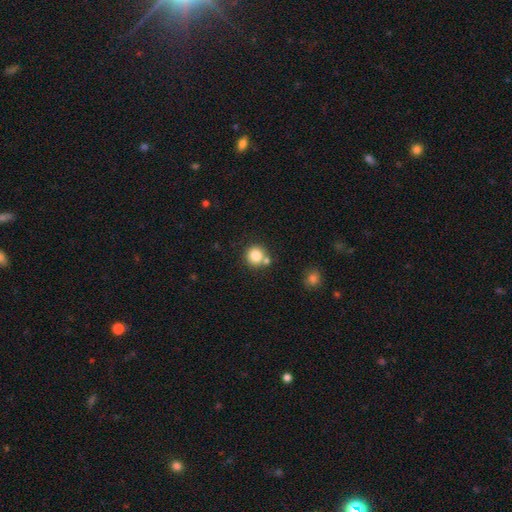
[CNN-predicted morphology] This is clearly a smooth galaxy (82%). How rounded: clearly round (93%). Merging: likely none (70%).